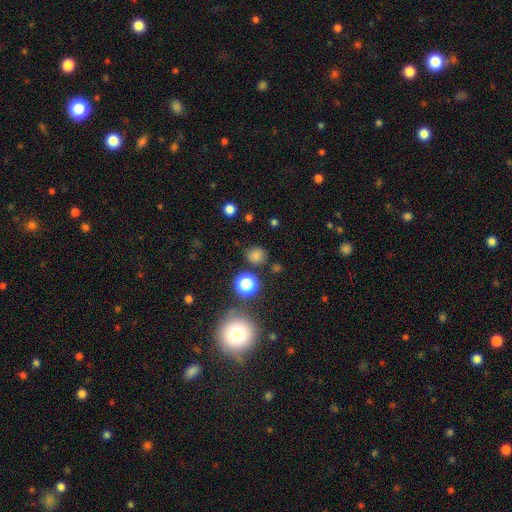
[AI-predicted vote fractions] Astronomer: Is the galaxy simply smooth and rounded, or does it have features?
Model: smooth — 75%.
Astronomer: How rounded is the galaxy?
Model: round — 83%.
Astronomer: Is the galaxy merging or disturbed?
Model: none — 79%.